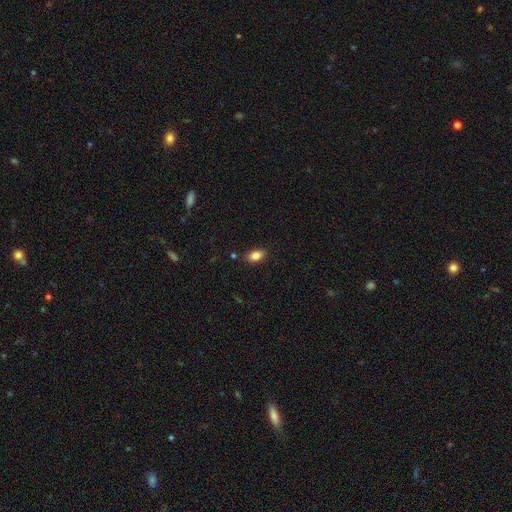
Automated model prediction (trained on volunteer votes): smooth 83%, star or artifact 9%, featured or disk 8%. Down the decision tree: how rounded — in between (88%); merging — none (85%).